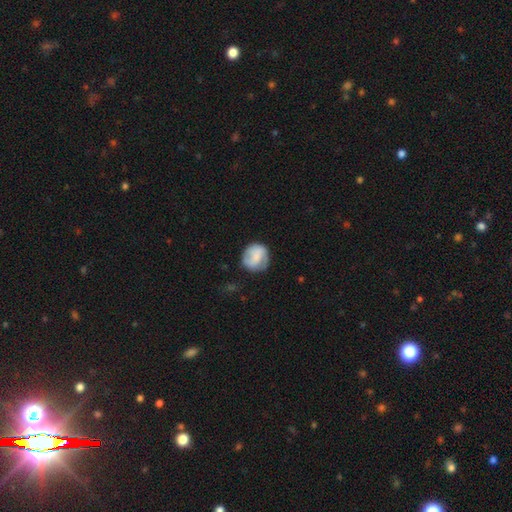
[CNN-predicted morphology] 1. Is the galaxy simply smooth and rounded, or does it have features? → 63% smooth, 30% featured or disk, 7% star or artifact.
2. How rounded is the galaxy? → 84% round, 15% in between, 1% cigar-shaped.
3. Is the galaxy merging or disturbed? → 69% none, 21% minor disturbance, 8% major disturbance, 2% merger.